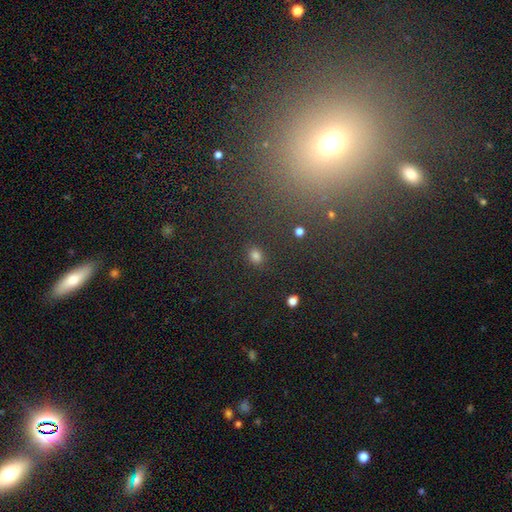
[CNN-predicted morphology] Smooth or featured?
  - smooth: 77% *
  - star or artifact: 17%
  - featured or disk: 6%
How rounded?
  - round: 49% * (tied)
  - in between: 49% * (tied)
  - cigar-shaped: 2%
Merging?
  - none: 87% *
  - minor disturbance: 8%
  - major disturbance: 3%
  - merger: 2%